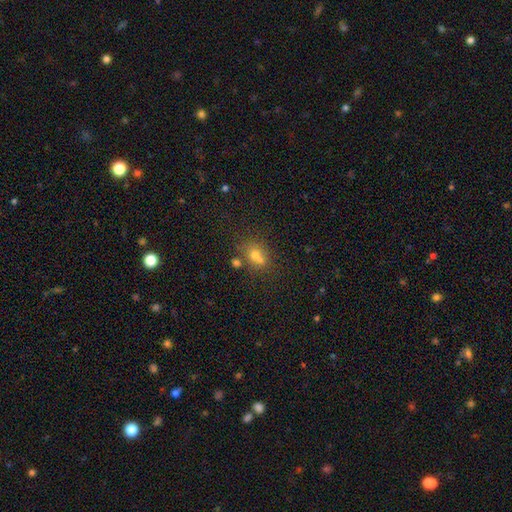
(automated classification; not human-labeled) A smooth galaxy with no disk features (62%) that is round (58%). Merging: none (46%).